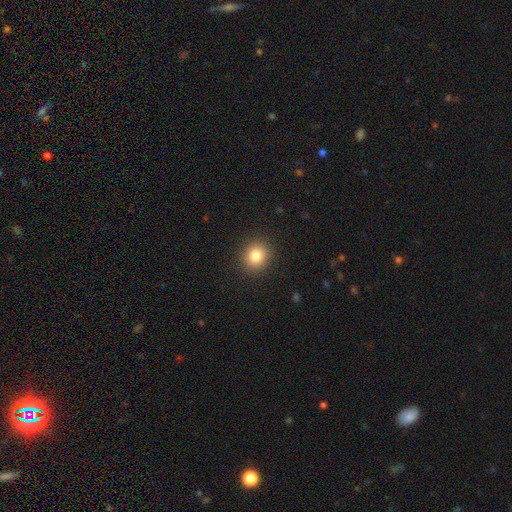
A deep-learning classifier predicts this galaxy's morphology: This is clearly a smooth galaxy (82%). How rounded: likely round (77%). Merging: clearly none (90%).